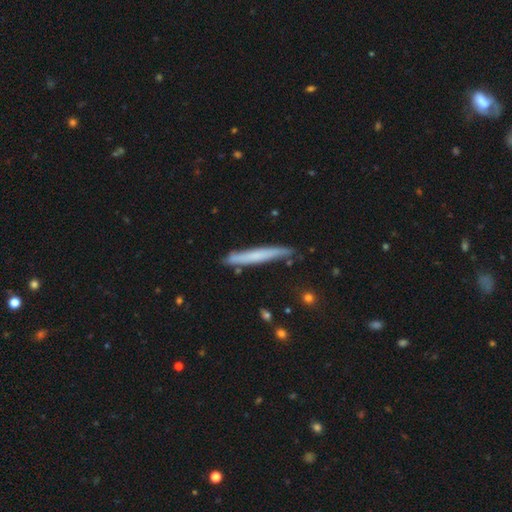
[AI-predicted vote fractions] Smooth or featured? smooth (56%)
How rounded? cigar-shaped (96%)
Merging? none (81%)